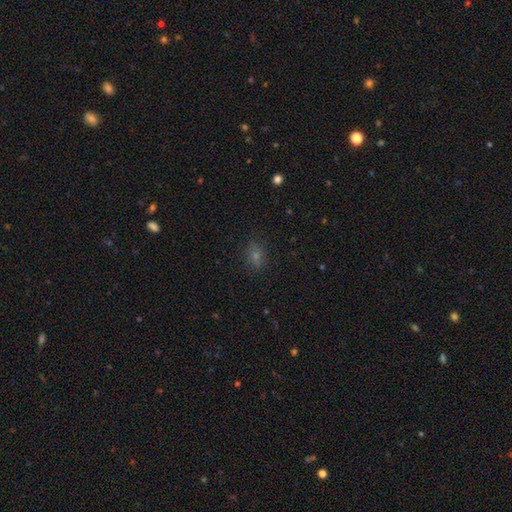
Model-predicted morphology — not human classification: A smooth galaxy with no disk features (62%) that is in between round and cigar-shaped (60%). Merging: none (86%).